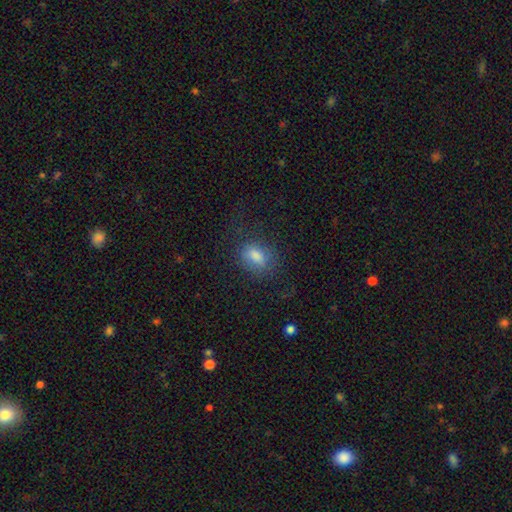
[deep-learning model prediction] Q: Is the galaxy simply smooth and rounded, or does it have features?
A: smooth — 79%.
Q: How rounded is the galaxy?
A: in between — 75%.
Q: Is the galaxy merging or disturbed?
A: none — 69%.